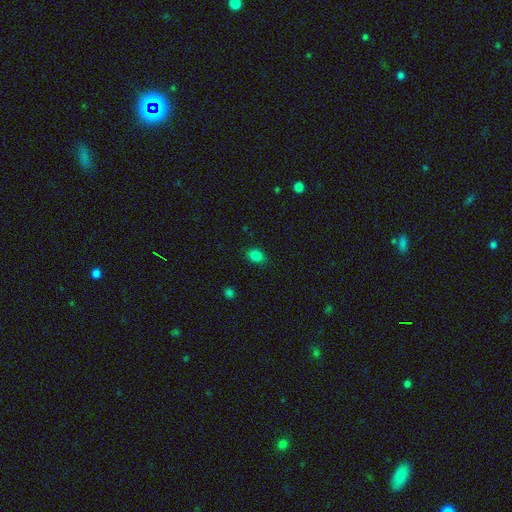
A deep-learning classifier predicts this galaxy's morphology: Smooth or featured? Predicted: smooth (p=0.83). How rounded? Predicted: in between (p=0.62). Merging? Predicted: none (p=0.84).